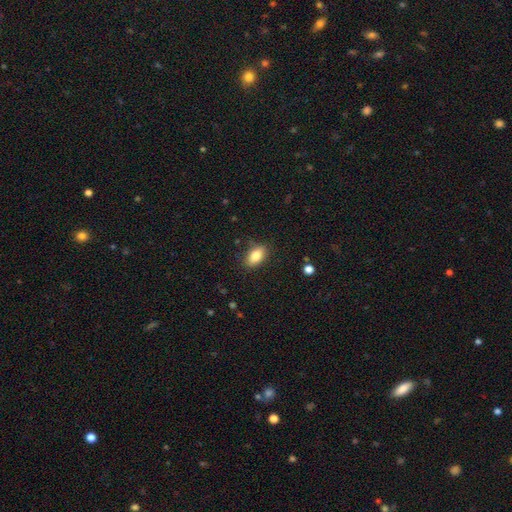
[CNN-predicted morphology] A smooth galaxy with no disk features (84%) that is in between round and cigar-shaped (90%).

Vote fractions:
- Smooth or featured? smooth: 84% / featured or disk: 8% / star or artifact: 8%
- How rounded? in between: 90% / round: 7% / cigar-shaped: 4%
- Merging? none: 83% / minor disturbance: 13% / major disturbance: 3% / merger: 1%